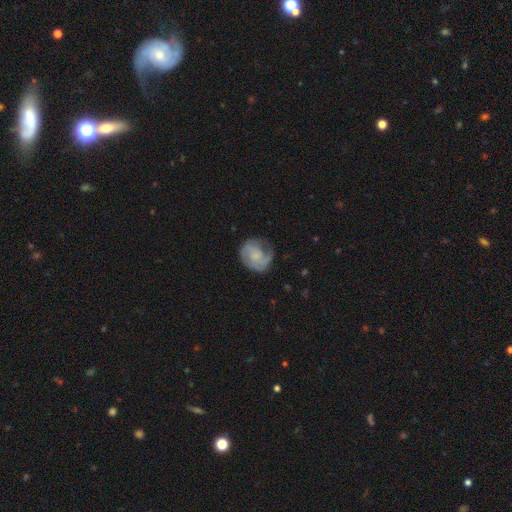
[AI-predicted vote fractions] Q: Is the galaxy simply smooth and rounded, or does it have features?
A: featured or disk — 61%.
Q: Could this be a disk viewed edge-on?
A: no — 98%.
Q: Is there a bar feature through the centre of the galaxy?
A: no — 67%.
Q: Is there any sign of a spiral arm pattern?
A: yes — 86%.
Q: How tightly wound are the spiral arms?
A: tight — 47%.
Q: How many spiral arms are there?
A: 2 — 45%.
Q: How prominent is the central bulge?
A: small — 37%.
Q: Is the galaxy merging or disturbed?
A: none — 61%.